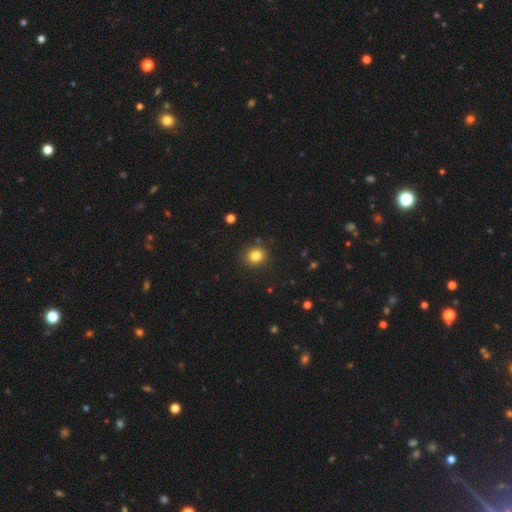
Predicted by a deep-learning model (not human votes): smooth 82%, star or artifact 12%, featured or disk 6%. Down the decision tree: how rounded — round (82%); merging — none (87%).